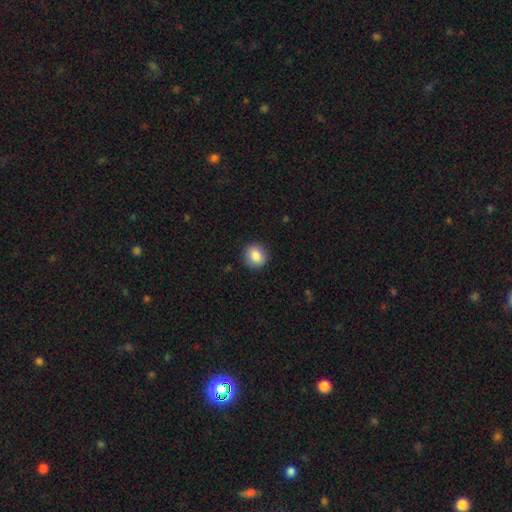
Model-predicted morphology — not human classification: smooth_or_featured: smooth (p=0.86) [alt: star or artifact p=0.09]
how_rounded: round (p=0.81) [alt: in between p=0.18]
merging: none (p=0.88) [alt: minor disturbance p=0.08]